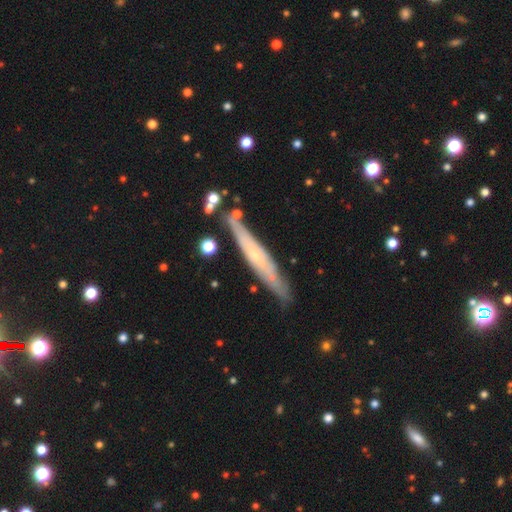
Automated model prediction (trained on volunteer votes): Smooth or featured?
  - featured or disk: 55% *
  - smooth: 40%
  - star or artifact: 6%
Edge-on disk?
  - yes: 76% *
  - no: 24%
Merging?
  - none: 76% *
  - minor disturbance: 15%
  - merger: 5%
  - major disturbance: 4%